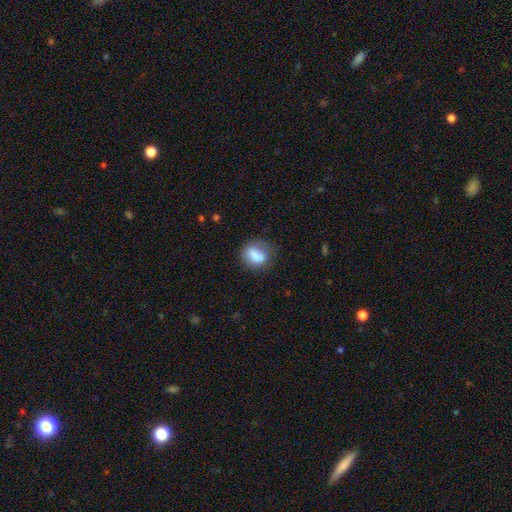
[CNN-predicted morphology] Smooth or featured?
  - smooth: 74% *
  - featured or disk: 18%
  - star or artifact: 8%
How rounded?
  - round: 57% *
  - in between: 41%
  - cigar-shaped: 2%
Merging?
  - none: 58% *
  - minor disturbance: 25%
  - major disturbance: 11%
  - merger: 6%